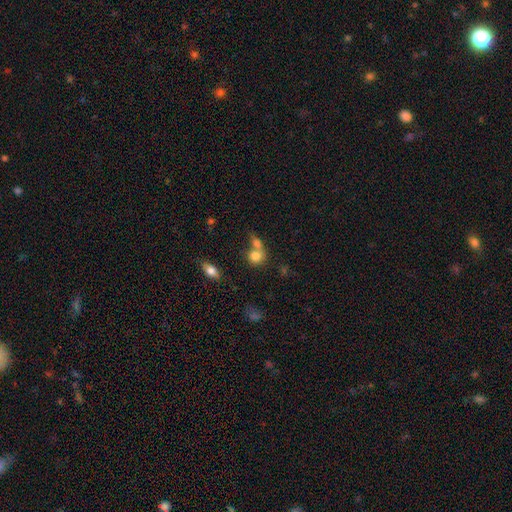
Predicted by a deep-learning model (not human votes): This appears to be a smooth galaxy with no disk features (79%) that is round (72%). Merging: merger (50%).